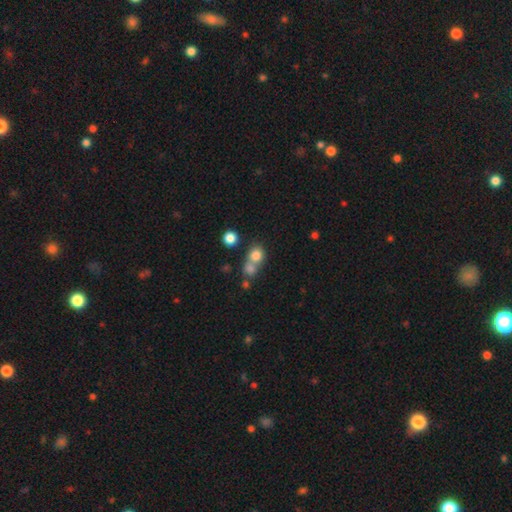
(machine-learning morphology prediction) A smooth galaxy with no disk features (77%) that is round (82%).

Vote fractions:
- Smooth or featured? smooth: 77% / star or artifact: 13% / featured or disk: 10%
- How rounded? round: 82% / in between: 17% / cigar-shaped: 1%
- Merging? merger: 47% / none: 43% / minor disturbance: 6% / major disturbance: 3%